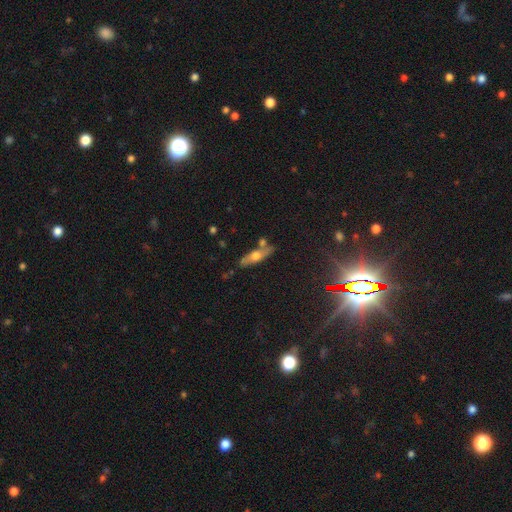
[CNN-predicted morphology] This appears to be a smooth galaxy with no disk features (47%). Merging: none (70%).